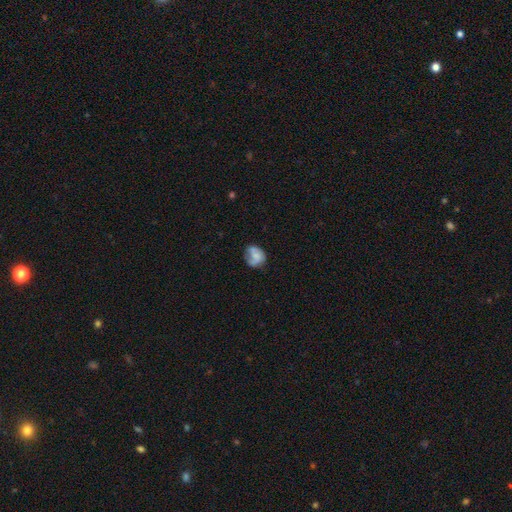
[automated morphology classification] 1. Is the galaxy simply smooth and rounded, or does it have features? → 56% smooth, 35% featured or disk, 9% star or artifact.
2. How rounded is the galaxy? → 57% round, 42% in between, 1% cigar-shaped.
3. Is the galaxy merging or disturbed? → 47% none, 30% minor disturbance, 19% major disturbance, 4% merger.